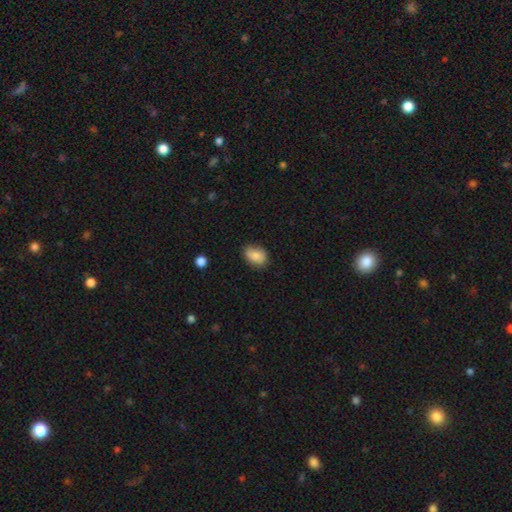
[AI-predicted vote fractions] This appears to be a smooth galaxy with no disk features (84%) that is in between round and cigar-shaped (81%). Merging: none (77%).